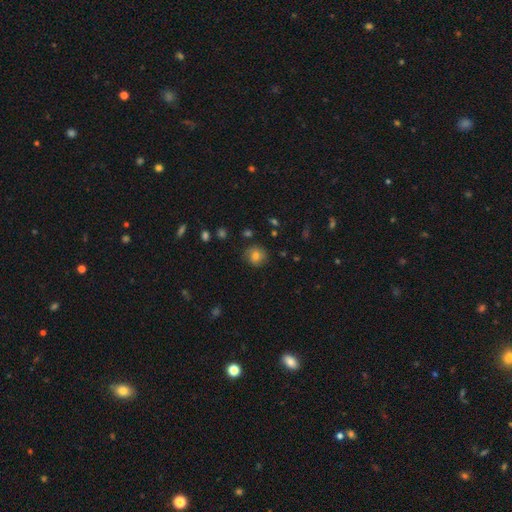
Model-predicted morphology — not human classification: The model was most divided on "smooth or featured": smooth: 70%, featured or disk: 18%, star or artifact: 12%. More confident: how rounded — round (87%); merging — none (80%).